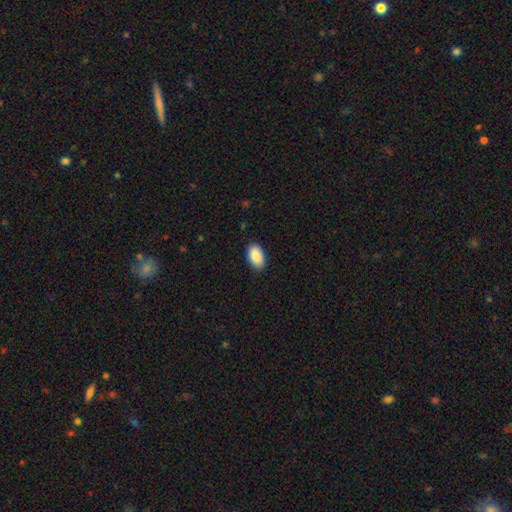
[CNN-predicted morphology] Smooth or featured: smooth — 88% (star or artifact — 7%)
How rounded: in between — 94% (round — 4%)
Merging: none — 88% (minor disturbance — 10%)